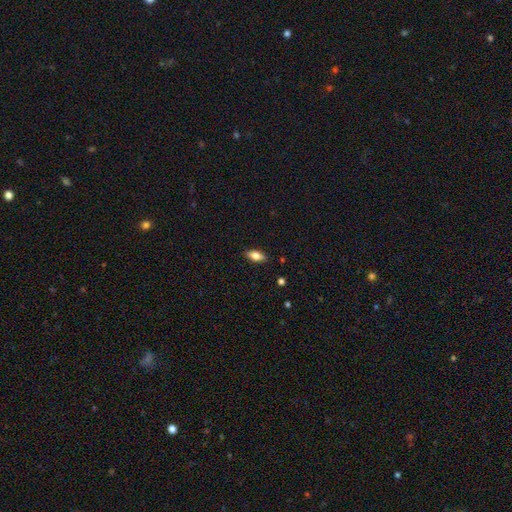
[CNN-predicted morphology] type=smooth (71%); roundness=in between (82%); merging=none (87%).